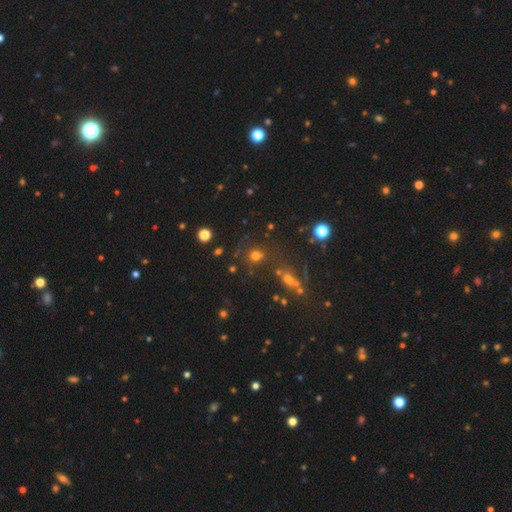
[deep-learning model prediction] Smooth or featured?
  - smooth: 67% *
  - star or artifact: 24%
  - featured or disk: 9%
How rounded?
  - round: 88% *
  - in between: 10%
  - cigar-shaped: 1%
Merging?
  - none: 72% *
  - merger: 12%
  - minor disturbance: 10%
  - major disturbance: 5%